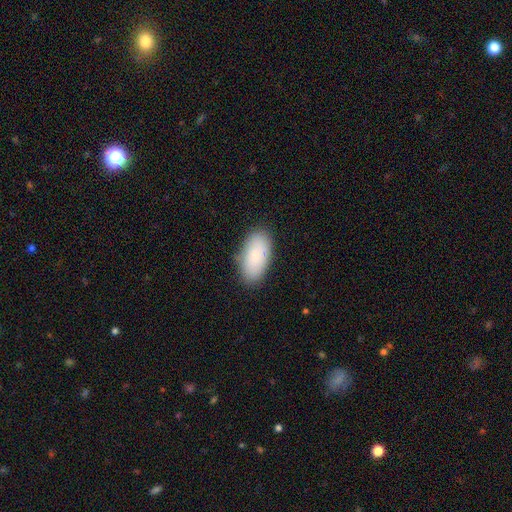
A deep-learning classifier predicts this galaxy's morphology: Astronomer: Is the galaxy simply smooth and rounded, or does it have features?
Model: smooth — 84%.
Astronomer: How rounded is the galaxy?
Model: in between — 95%.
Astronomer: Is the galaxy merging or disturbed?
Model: none — 82%.